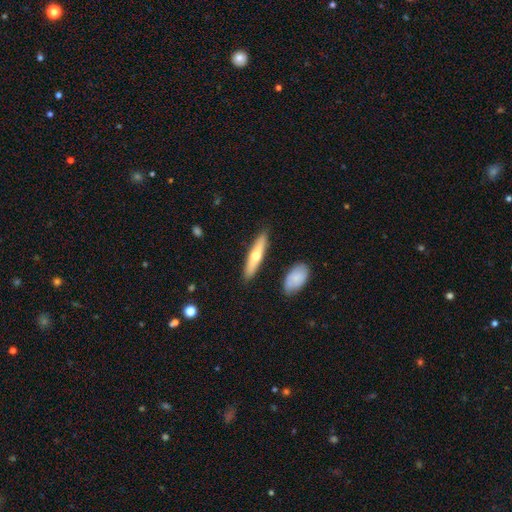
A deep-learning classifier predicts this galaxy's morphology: type=smooth (51%); roundness=cigar-shaped (77%); merging=none (87%).